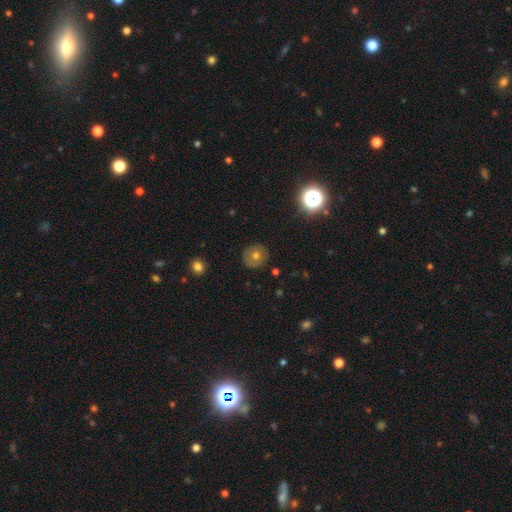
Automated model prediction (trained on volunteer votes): The model was most divided on "smooth or featured": smooth: 59%, featured or disk: 28%, star or artifact: 13%. More confident: how rounded — round (86%); merging — none (84%).